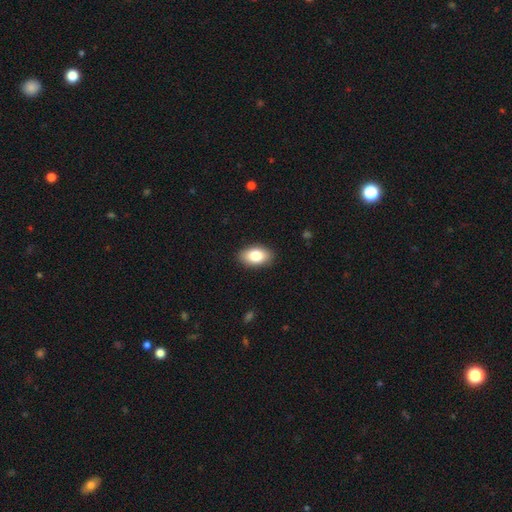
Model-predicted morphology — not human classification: smooth_or_featured: smooth (p=0.82) [alt: featured or disk p=0.11]
how_rounded: in between (p=0.92) [alt: round p=0.06]
merging: none (p=0.89) [alt: minor disturbance p=0.08]